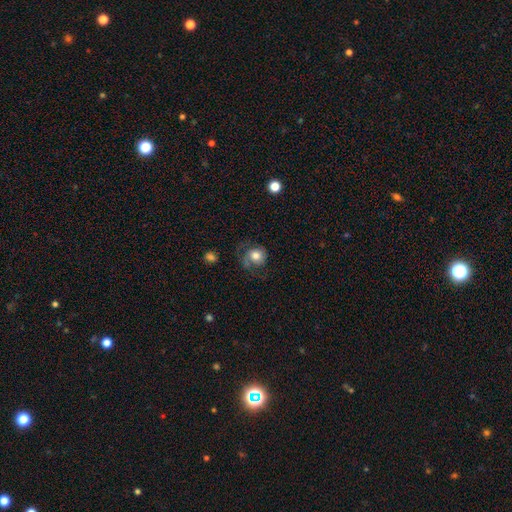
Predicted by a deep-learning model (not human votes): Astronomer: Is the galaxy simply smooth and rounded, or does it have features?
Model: smooth — 58% (runner-up: featured or disk, 34%).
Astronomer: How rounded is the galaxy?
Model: round — 78%.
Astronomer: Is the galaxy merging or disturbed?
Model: none — 51%.